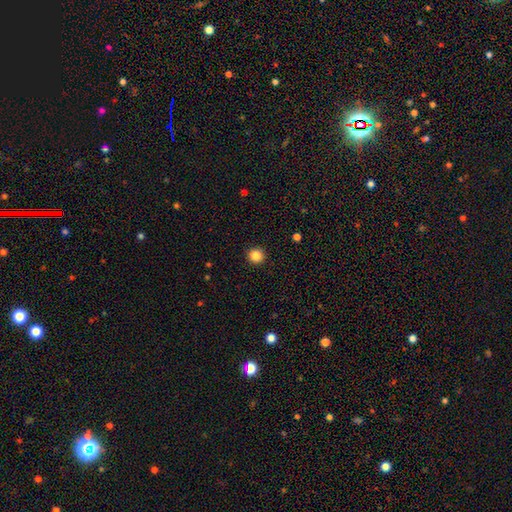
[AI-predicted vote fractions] Smooth or featured? Predicted: smooth (p=0.86). How rounded? Predicted: round (p=0.95). Merging? Predicted: none (p=0.93).